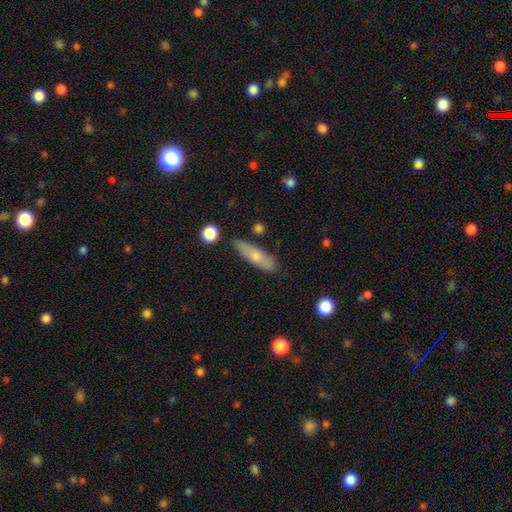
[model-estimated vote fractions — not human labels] Overall: smooth (63%; featured or disk 30%). How rounded: cigar-shaped (65%; in between 32%). Merging: none (79%).